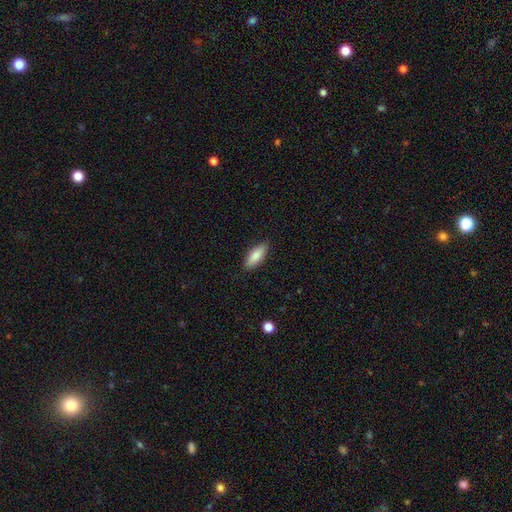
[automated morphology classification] Q: Smooth or featured?
A: smooth (85%); runner-up: featured or disk (9%)
Q: How rounded?
A: in between (74%); runner-up: cigar-shaped (24%)
Q: Merging?
A: none (87%); runner-up: minor disturbance (9%)